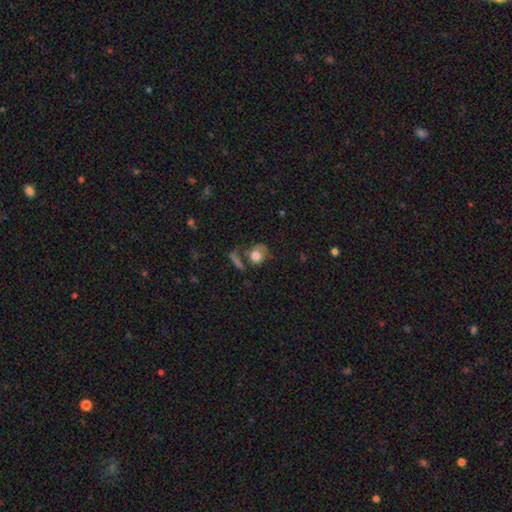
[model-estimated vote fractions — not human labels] smooth-or-featured: smooth: 66% | featured or disk: 24% | star or artifact: 10%
  how-rounded: round: 61% | in between: 37% | cigar-shaped: 2%
  merging: none: 39% | major disturbance: 24% | minor disturbance: 20% | merger: 17%